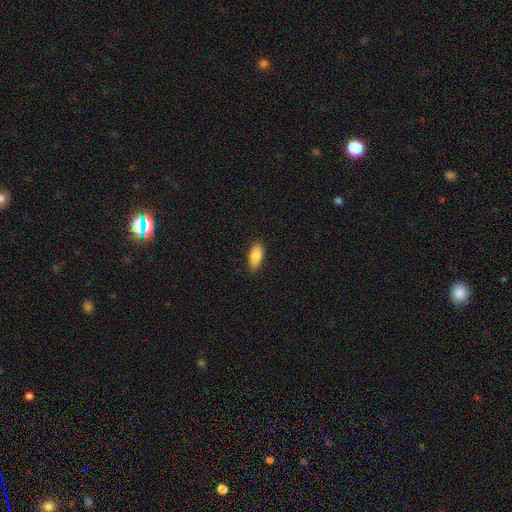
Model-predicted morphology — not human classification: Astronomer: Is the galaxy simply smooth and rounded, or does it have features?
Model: smooth — 89%.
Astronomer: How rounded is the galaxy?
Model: in between — 86%.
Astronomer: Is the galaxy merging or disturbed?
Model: none — 85%.